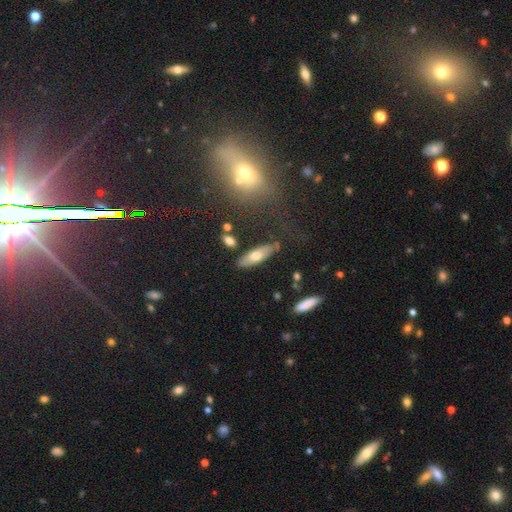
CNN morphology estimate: type=smooth (64%); roundness=in between (57%); merging=none (78%).